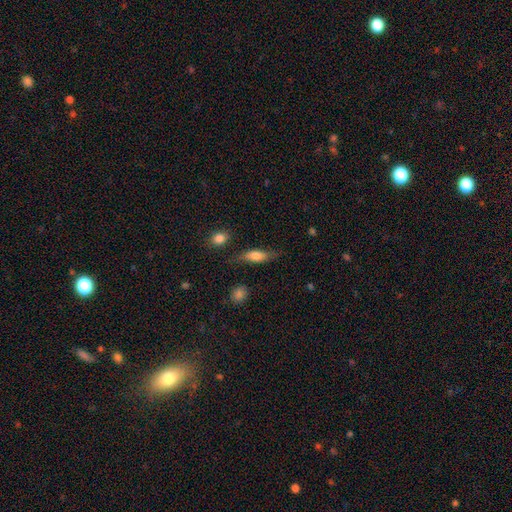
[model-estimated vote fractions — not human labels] smooth-or-featured: smooth: 67% | featured or disk: 26% | star or artifact: 7%
  how-rounded: in between: 60% | cigar-shaped: 36% | round: 4%
  merging: none: 70% | minor disturbance: 20% | major disturbance: 6% | merger: 4%